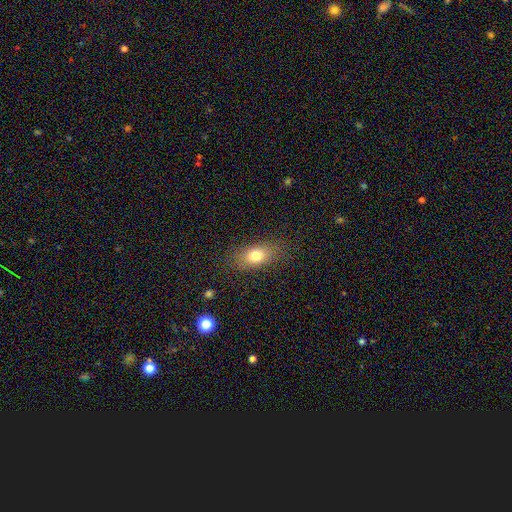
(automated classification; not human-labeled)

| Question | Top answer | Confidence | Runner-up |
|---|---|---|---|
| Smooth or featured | smooth | 76% | featured or disk (14%) |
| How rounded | in between | 82% | round (13%) |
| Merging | none | 82% | minor disturbance (12%) |